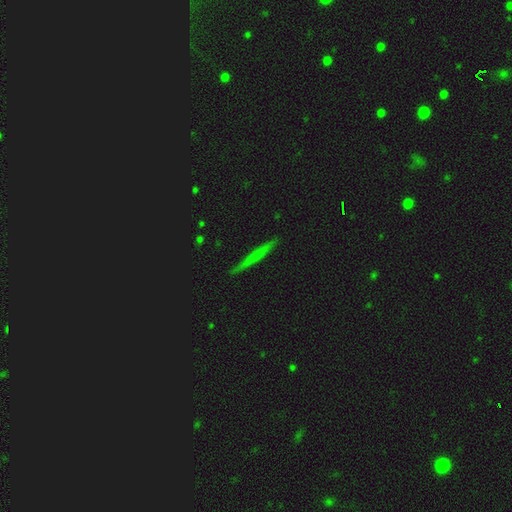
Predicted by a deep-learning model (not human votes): A smooth galaxy with no disk features (47%).

Vote fractions:
- Smooth or featured? smooth: 47% / featured or disk: 43% / star or artifact: 10%
- Merging? none: 91% / minor disturbance: 7% / major disturbance: 1% / merger: 1%